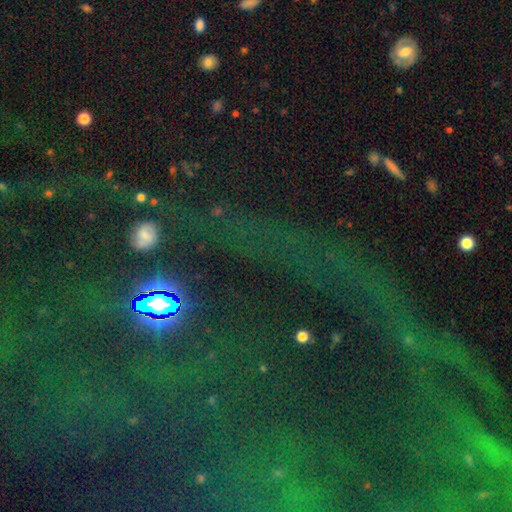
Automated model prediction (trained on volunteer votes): Smooth or featured: star or artifact — 78% (smooth — 12%)